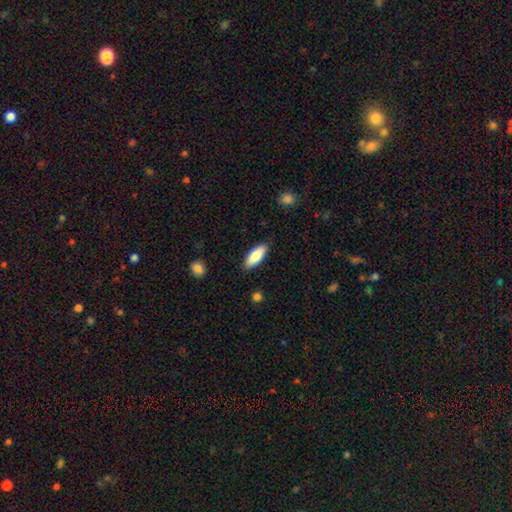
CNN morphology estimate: Q: Smooth or featured?
A: smooth (85%); runner-up: featured or disk (10%)
Q: How rounded?
A: in between (72%); runner-up: cigar-shaped (27%)
Q: Merging?
A: none (87%); runner-up: minor disturbance (10%)